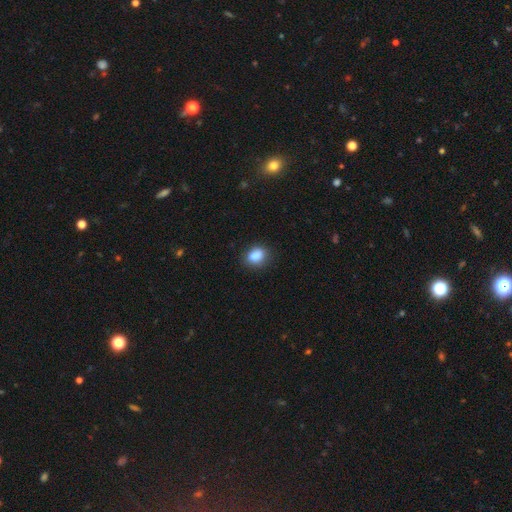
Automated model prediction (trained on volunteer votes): Smooth or featured?
  - smooth: 86% *
  - star or artifact: 9%
  - featured or disk: 4%
How rounded?
  - in between: 64% *
  - round: 35%
  - cigar-shaped: 1%
Merging?
  - none: 78% *
  - minor disturbance: 16%
  - major disturbance: 4%
  - merger: 2%